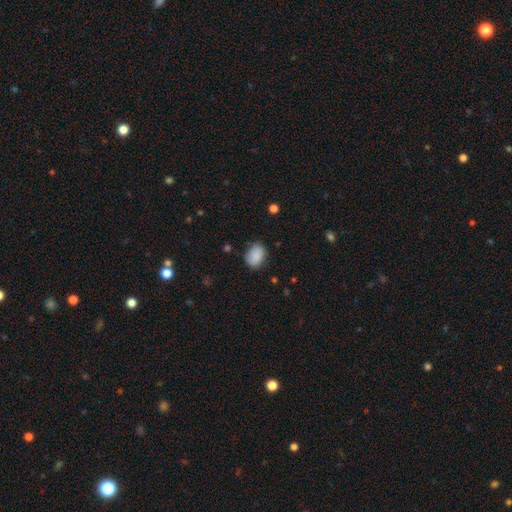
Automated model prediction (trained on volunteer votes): smooth_or_featured: smooth (p=0.87) [alt: star or artifact p=0.08]
how_rounded: in between (p=0.71) [alt: round p=0.28]
merging: none (p=0.75) [alt: minor disturbance p=0.19]